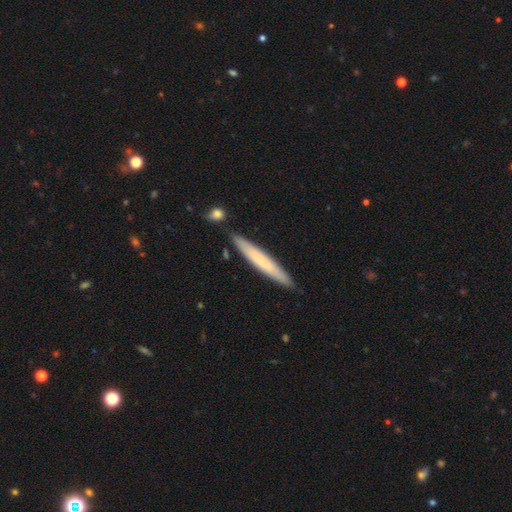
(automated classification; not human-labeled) This is likely a smooth galaxy (60%). How rounded: clearly cigar-shaped (95%). Merging: clearly none (86%).